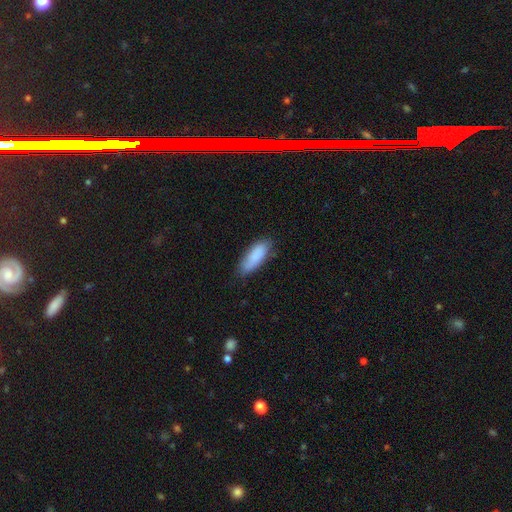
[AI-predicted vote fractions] A smooth galaxy with no disk features (86%) that is in between round and cigar-shaped (69%). Merging: none (71%).